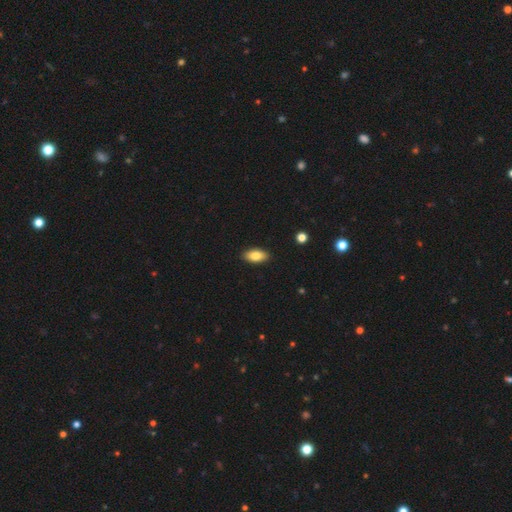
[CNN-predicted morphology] Smooth or featured? smooth (82%)
How rounded? in between (91%)
Merging? none (90%)